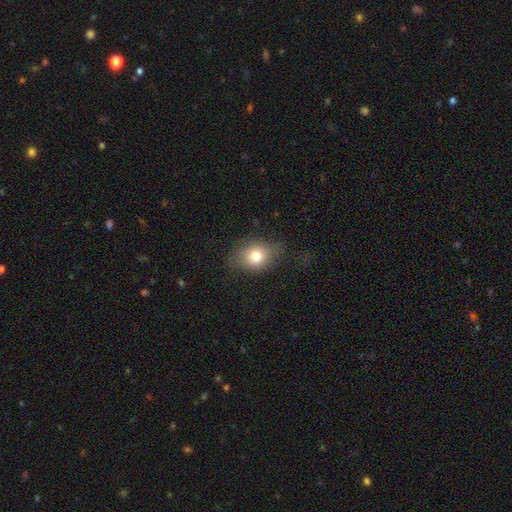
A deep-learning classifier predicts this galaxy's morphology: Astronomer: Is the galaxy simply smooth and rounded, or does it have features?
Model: smooth — 76%.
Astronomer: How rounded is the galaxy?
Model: in between — 59% (runner-up: round, 40%).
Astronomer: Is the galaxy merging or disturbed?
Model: none — 64%.